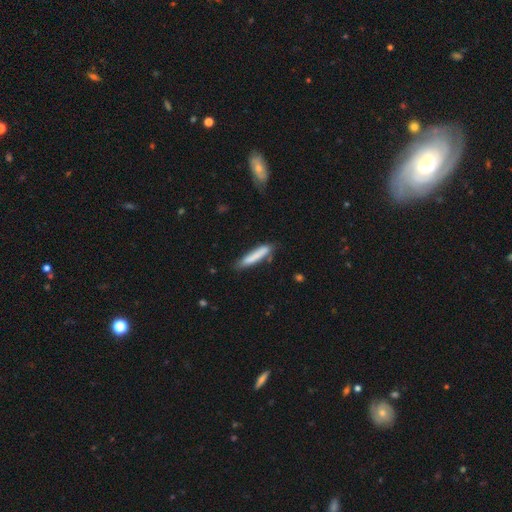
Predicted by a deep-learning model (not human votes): A smooth galaxy with no disk features (80%) that is cigar-shaped (89%). Merging: none (75%).